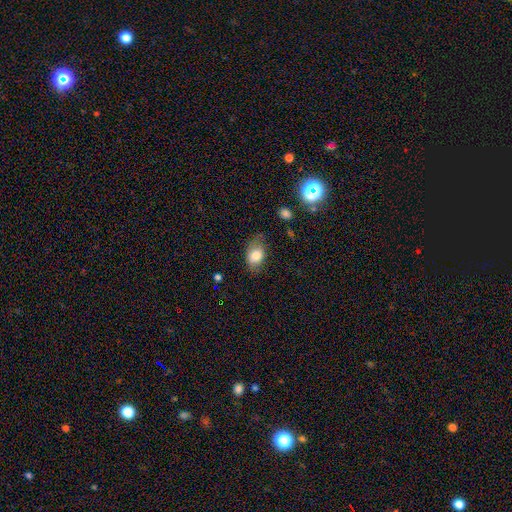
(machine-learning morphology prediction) Smooth or featured? smooth (77%)
How rounded? in between (85%)
Merging? none (62%)